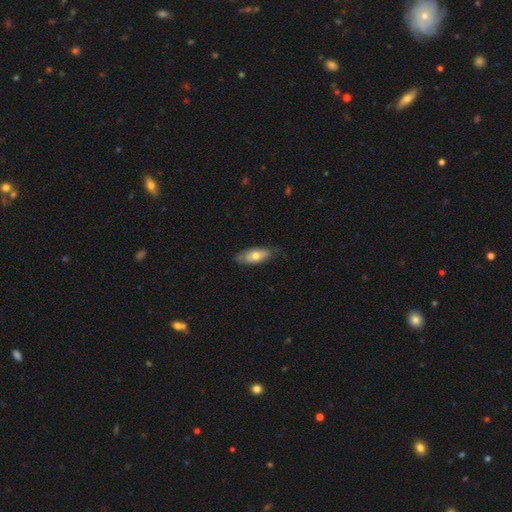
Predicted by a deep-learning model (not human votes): Smooth or featured: smooth — 61% (featured or disk — 33%)
How rounded: in between — 78% (cigar-shaped — 19%)
Merging: none — 75% (minor disturbance — 21%)